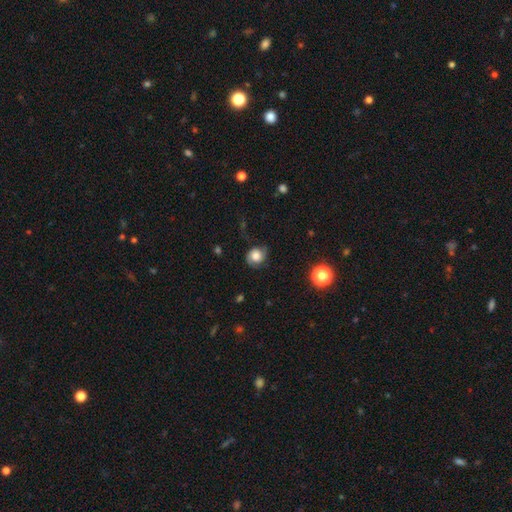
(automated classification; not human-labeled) This appears to be a smooth galaxy with no disk features (55%) that is round (73%). Merging: none (69%).